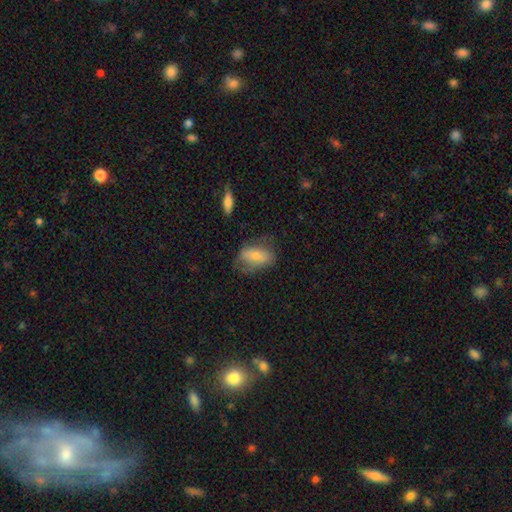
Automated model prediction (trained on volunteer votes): This appears to be a smooth galaxy with no disk features (64%) that is in between round and cigar-shaped (86%). Merging: none (52%).